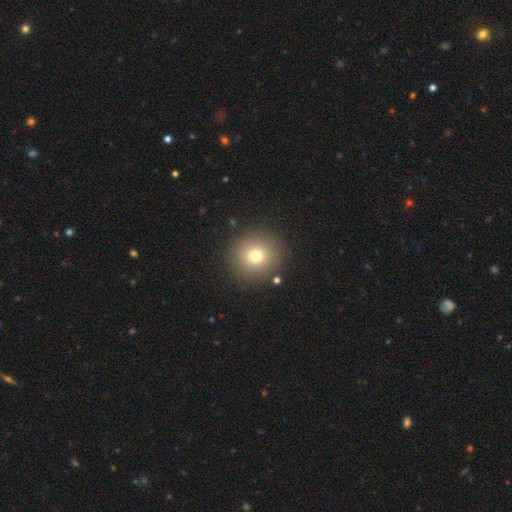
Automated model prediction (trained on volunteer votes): Smooth or featured? Predicted: smooth (p=0.74). How rounded? Predicted: round (p=0.92). Merging? Predicted: none (p=0.89).